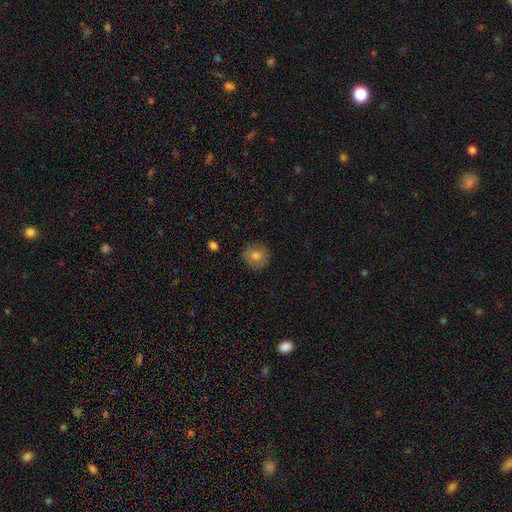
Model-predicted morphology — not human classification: Overall: smooth (68%). How rounded: round (93%). Merging: none (88%).